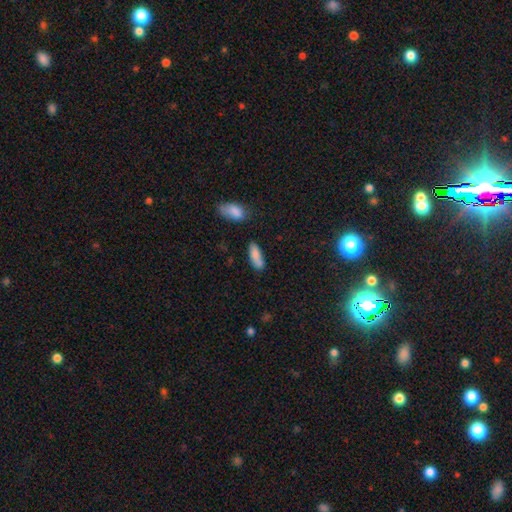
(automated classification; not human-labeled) The model was most divided on "how rounded": in between: 66%, cigar-shaped: 32%, round: 2%. More confident: smooth or featured — smooth (84%); merging — none (71%).